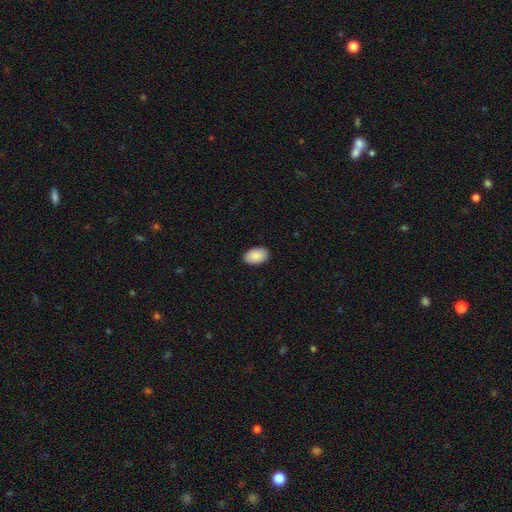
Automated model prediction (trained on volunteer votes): A smooth galaxy with no disk features (90%) that is in between round and cigar-shaped (92%). Merging: none (89%).